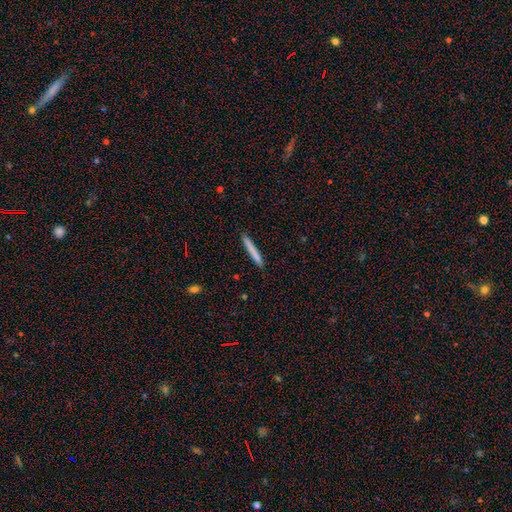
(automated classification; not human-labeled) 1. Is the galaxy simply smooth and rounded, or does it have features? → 75% smooth, 18% featured or disk, 6% star or artifact.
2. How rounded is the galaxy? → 97% cigar-shaped, 2% in between, 1% round.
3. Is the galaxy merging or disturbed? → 90% none, 7% minor disturbance, 1% major disturbance, 1% merger.